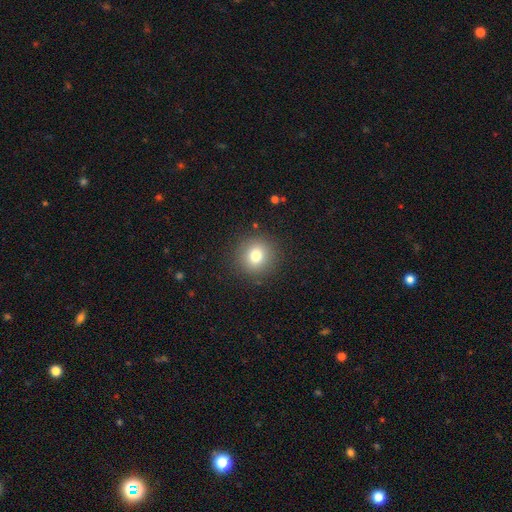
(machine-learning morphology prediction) Smooth or featured? Predicted: smooth (p=0.78). How rounded? Predicted: round (p=0.92). Merging? Predicted: none (p=0.89).